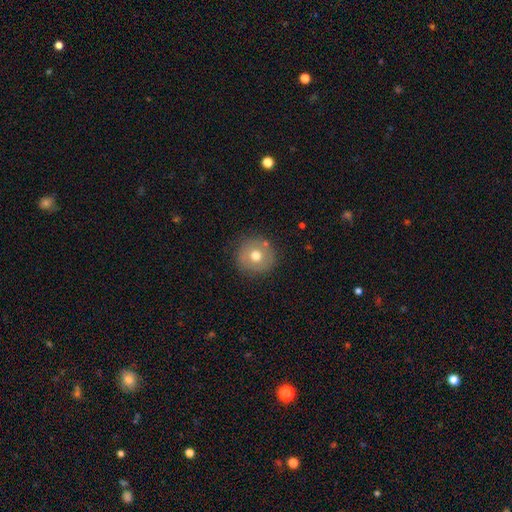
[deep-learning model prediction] A smooth galaxy with no disk features (68%) that is round (94%).

Vote fractions:
- Smooth or featured? smooth: 68% / featured or disk: 23% / star or artifact: 10%
- How rounded? round: 94% / in between: 5% / cigar-shaped: 1%
- Merging? none: 84% / minor disturbance: 10% / merger: 3% / major disturbance: 3%